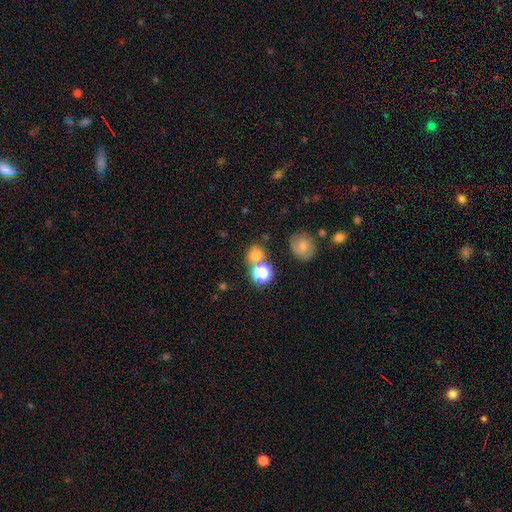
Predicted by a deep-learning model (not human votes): A smooth galaxy with no disk features (74%) that is round (81%).

Vote fractions:
- Smooth or featured? smooth: 74% / star or artifact: 18% / featured or disk: 8%
- How rounded? round: 81% / in between: 18% / cigar-shaped: 1%
- Merging? none: 63% / merger: 23% / minor disturbance: 10% / major disturbance: 4%